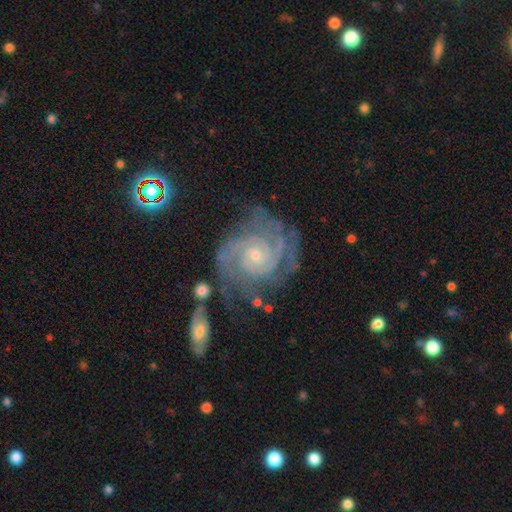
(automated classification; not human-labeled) featured or disk 91%, star or artifact 5%, smooth 4%. Down the decision tree: edge-on disk — no (98%); bar — no (73%); spiral arms — yes (98%); spiral arm count — 2 (32%); spiral winding — tight (75%); bulge size — small (75%); merging — none (60%).